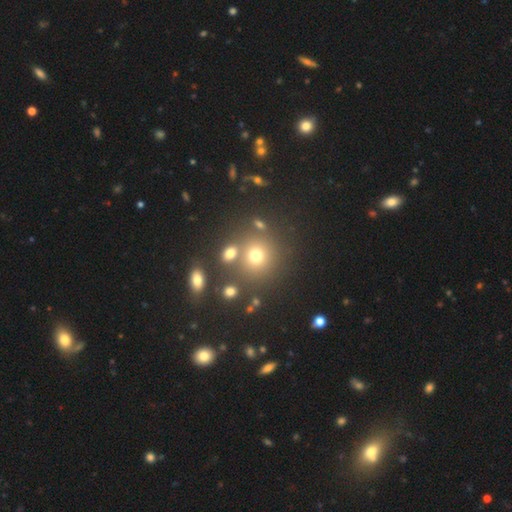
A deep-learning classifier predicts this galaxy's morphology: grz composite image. It shows a smooth galaxy with no disk features (71%) that is round (85%). Merging: none (70%).